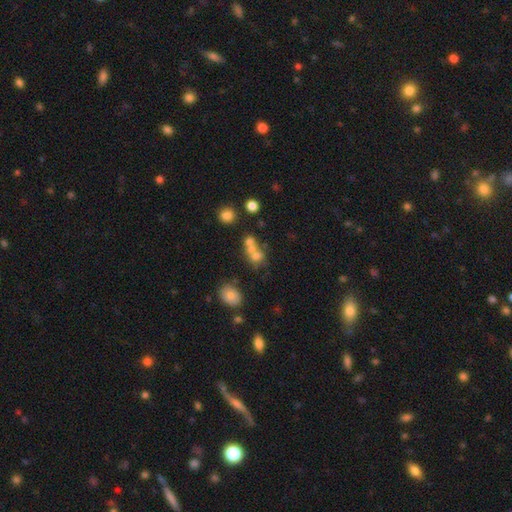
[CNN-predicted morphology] smooth_or_featured: smooth (p=0.59) [alt: featured or disk p=0.22]
how_rounded: round (p=0.61) [alt: in between p=0.37]
merging: merger (p=0.54) [alt: none p=0.31]